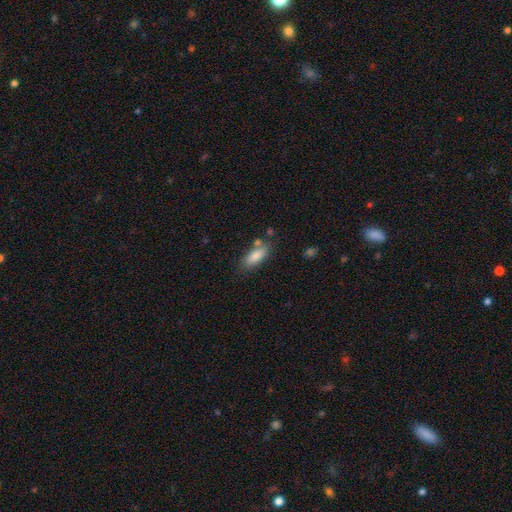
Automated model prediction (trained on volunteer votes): Q: Smooth or featured?
A: smooth (83%); runner-up: featured or disk (10%)
Q: How rounded?
A: in between (74%); runner-up: cigar-shaped (24%)
Q: Merging?
A: none (69%); runner-up: minor disturbance (17%)